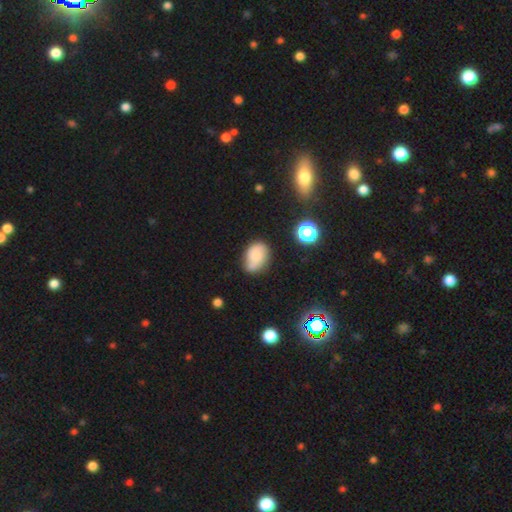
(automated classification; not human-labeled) Morphology: type=smooth (62%); roundness=in between (78%); merging=none (59%).